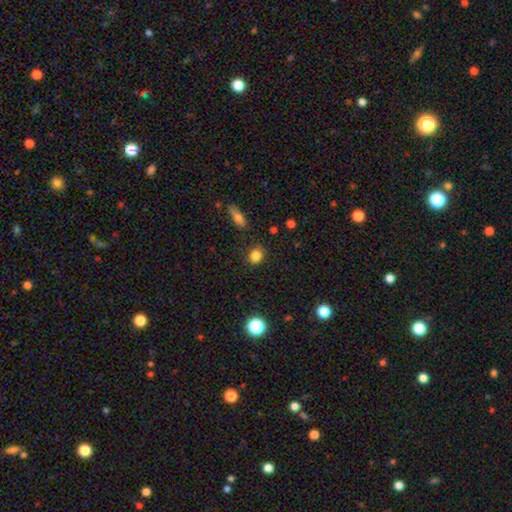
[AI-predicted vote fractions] Smooth or featured?
  - smooth: 84% *
  - star or artifact: 12%
  - featured or disk: 5%
How rounded?
  - round: 67% *
  - in between: 31%
  - cigar-shaped: 2%
Merging?
  - none: 84% *
  - minor disturbance: 11%
  - major disturbance: 3%
  - merger: 2%